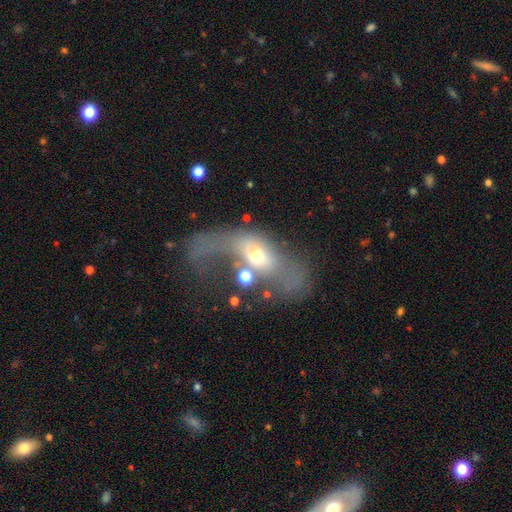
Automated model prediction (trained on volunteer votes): Smooth or featured? featured or disk (50%)
Merging? major disturbance (50%)